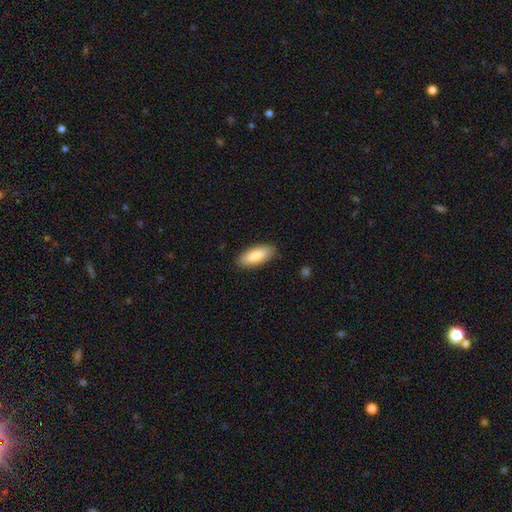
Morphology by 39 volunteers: Smooth or featured: smooth — 79% (featured or disk — 15%)
How rounded: in between — 94% (round — 3%)
Merging: none — 97% (minor disturbance — 3%)